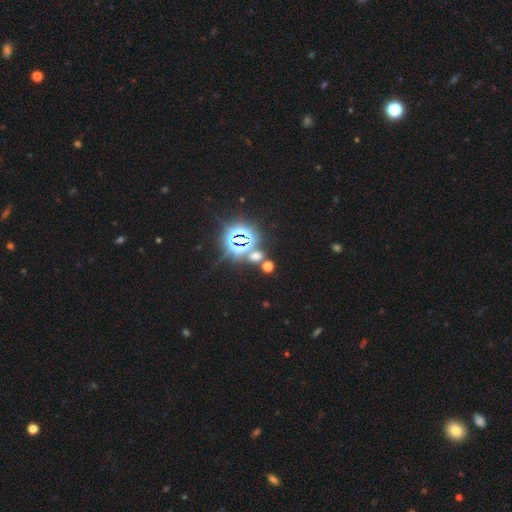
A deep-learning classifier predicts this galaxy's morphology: type=star or artifact (60%).